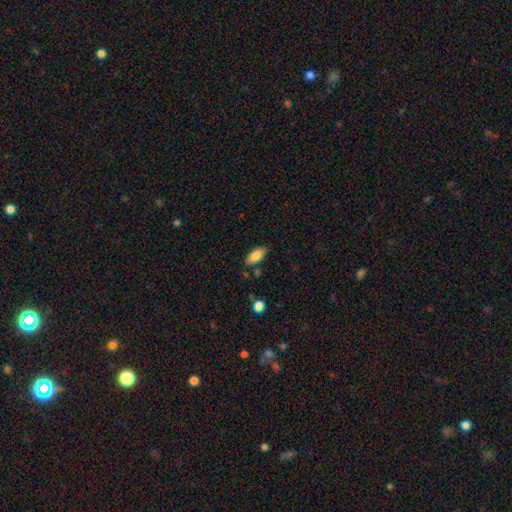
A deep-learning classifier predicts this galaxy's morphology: Smooth or featured?
  - smooth: 85% *
  - featured or disk: 8%
  - star or artifact: 7%
How rounded?
  - in between: 88% *
  - cigar-shaped: 10%
  - round: 2%
Merging?
  - none: 83% *
  - minor disturbance: 12%
  - merger: 3%
  - major disturbance: 3%